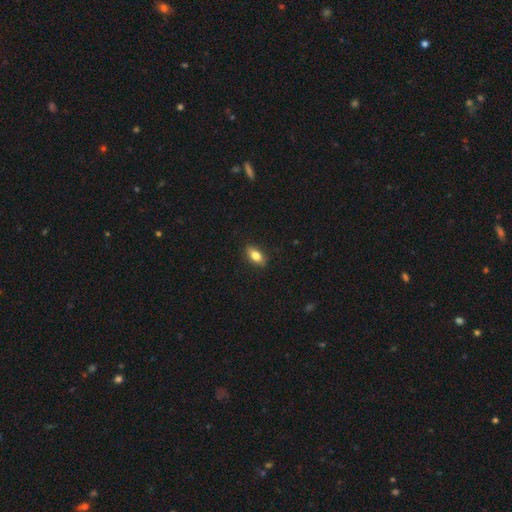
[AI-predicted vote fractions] smooth-or-featured: smooth: 78% | featured or disk: 14% | star or artifact: 7%
  how-rounded: in between: 85% | cigar-shaped: 9% | round: 6%
  merging: none: 89% | minor disturbance: 9% | major disturbance: 2% | merger: 1%